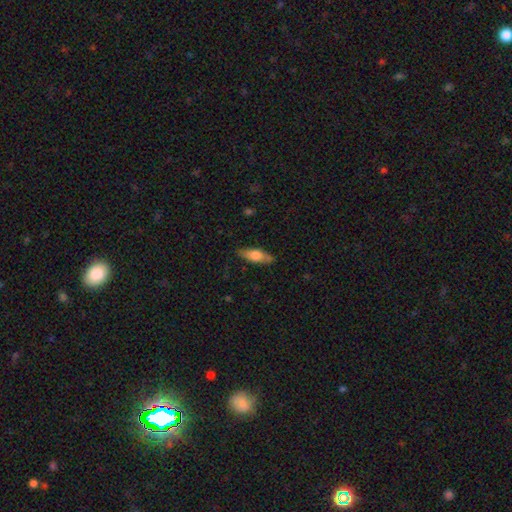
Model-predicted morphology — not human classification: smooth-or-featured: smooth: 59% | featured or disk: 35% | star or artifact: 6%
  how-rounded: in between: 55% | cigar-shaped: 42% | round: 3%
  merging: none: 84% | minor disturbance: 13% | major disturbance: 2% | merger: 1%